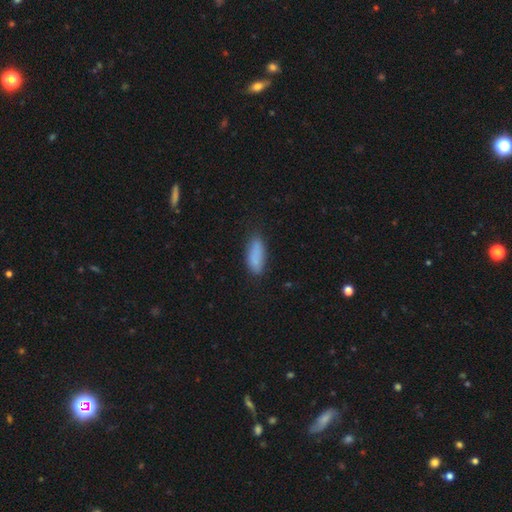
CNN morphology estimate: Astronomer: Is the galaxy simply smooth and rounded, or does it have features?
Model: smooth — 85%.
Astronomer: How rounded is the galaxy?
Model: in between — 71%.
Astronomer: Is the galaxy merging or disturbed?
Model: none — 75%.